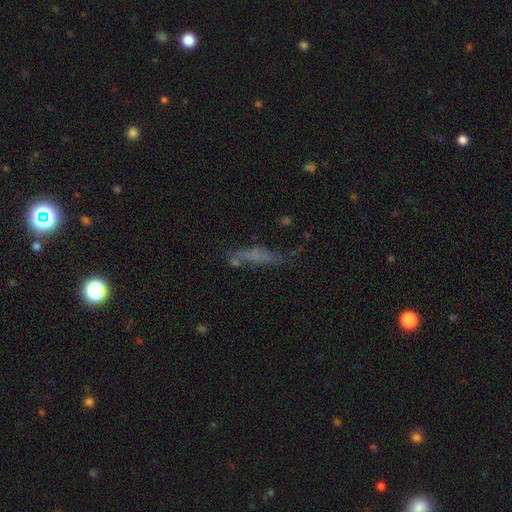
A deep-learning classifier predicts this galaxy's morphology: Q: Smooth or featured?
A: smooth (51%); runner-up: featured or disk (33%)
Q: How rounded?
A: cigar-shaped (74%); runner-up: in between (23%)
Q: Merging?
A: none (47%); runner-up: minor disturbance (24%)